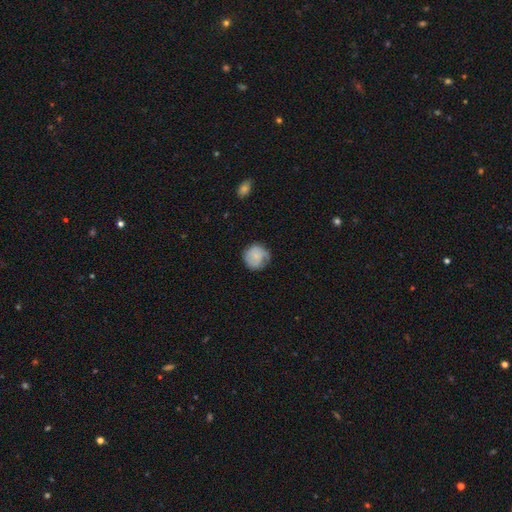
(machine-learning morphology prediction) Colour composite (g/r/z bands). It shows a smooth galaxy with no disk features (74%) that is round (89%). Merging: none (64%).